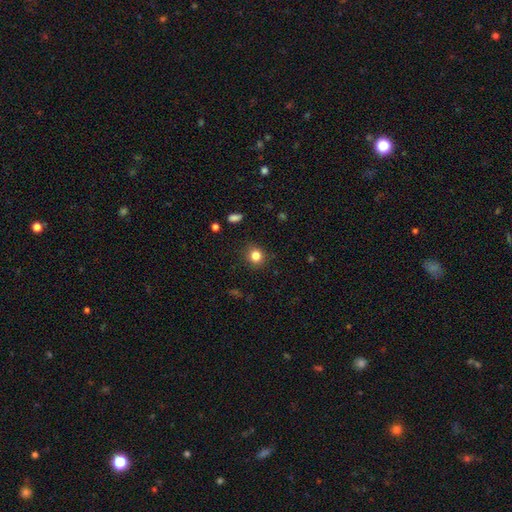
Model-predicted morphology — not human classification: smooth 82%, star or artifact 12%, featured or disk 6%. Down the decision tree: how rounded — round (82%); merging — none (87%).